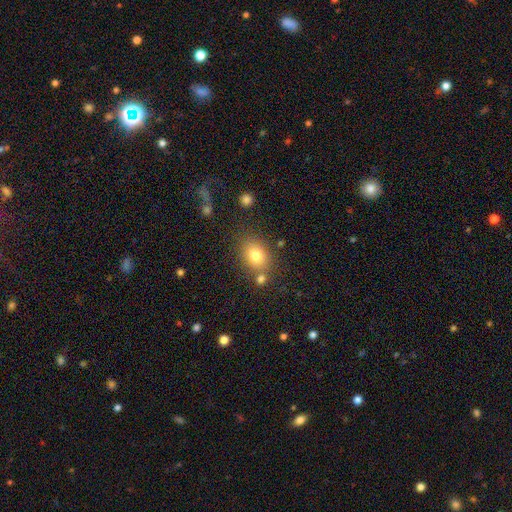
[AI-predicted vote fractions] A smooth galaxy with no disk features (78%) that is in between round and cigar-shaped (59%).

Vote fractions:
- Smooth or featured? smooth: 78% / star or artifact: 11% / featured or disk: 11%
- How rounded? in between: 59% / round: 39% / cigar-shaped: 1%
- Merging? none: 71% / minor disturbance: 13% / merger: 12% / major disturbance: 4%